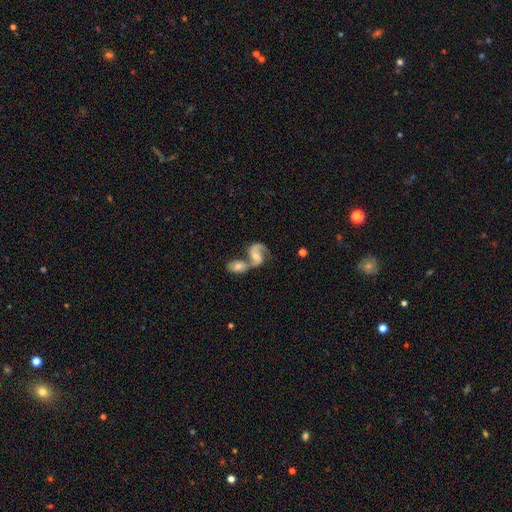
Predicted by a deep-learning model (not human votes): Smooth or featured: featured or disk — 82% (smooth — 12%)
Edge-on disk: no — 97% (yes — 3%)
Bar: no — 44% (weak — 42%)
Spiral arms: yes — 94% (no — 6%)
Spiral winding: medium — 45% (loose — 44%)
Spiral arm count: 2 — 85% (1 — 9%)
Bulge size: moderate — 51% (small — 34%)
Merging: merger — 63% (none — 23%)